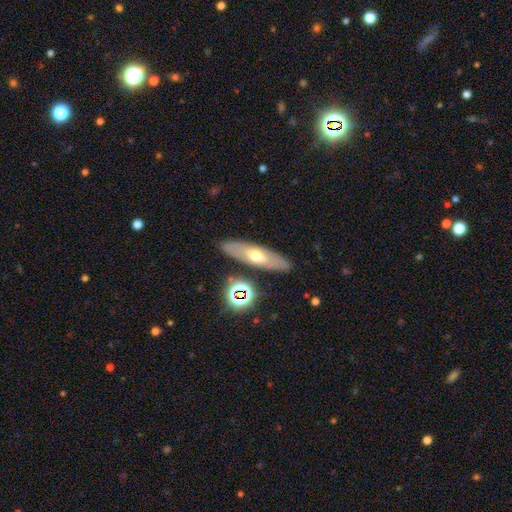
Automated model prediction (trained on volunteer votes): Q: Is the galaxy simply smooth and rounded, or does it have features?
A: featured or disk — 52%.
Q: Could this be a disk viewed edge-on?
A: no — 54%.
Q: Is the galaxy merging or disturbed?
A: none — 85%.